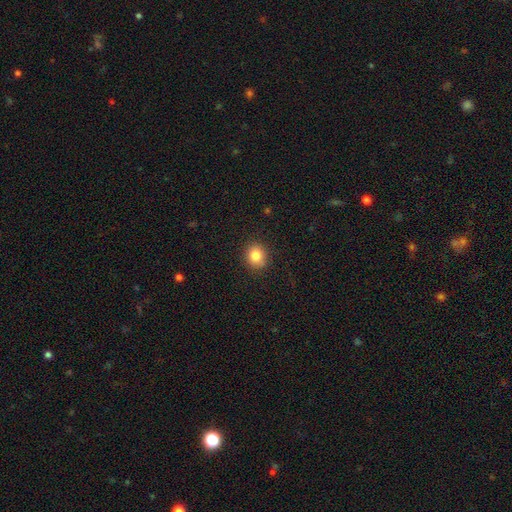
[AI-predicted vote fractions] smooth 84%, star or artifact 10%, featured or disk 6%. Down the decision tree: how rounded — round (77%); merging — none (89%).